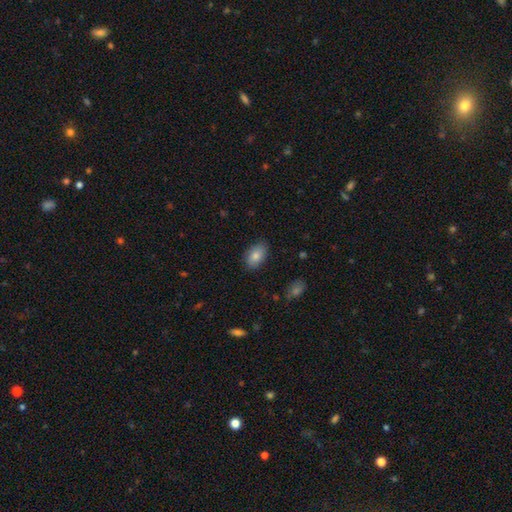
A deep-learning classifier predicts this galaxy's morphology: This appears to be a smooth galaxy with no disk features (82%) that is in between round and cigar-shaped (92%). Merging: none (85%).